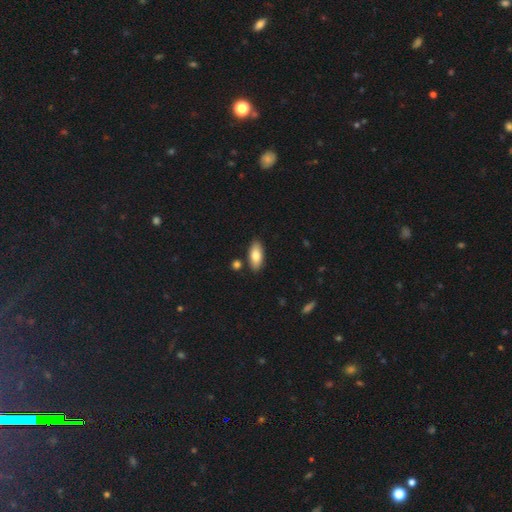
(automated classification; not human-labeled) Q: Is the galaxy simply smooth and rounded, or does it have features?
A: smooth — 79%.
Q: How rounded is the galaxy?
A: in between — 85%.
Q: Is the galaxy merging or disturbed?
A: none — 85%.